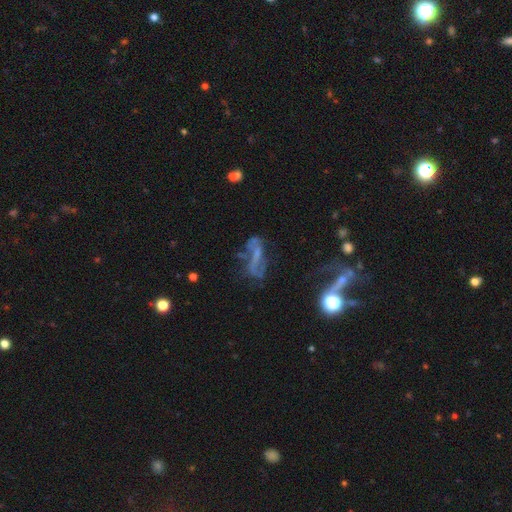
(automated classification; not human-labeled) Smooth or featured? Predicted: featured or disk (p=0.59). Edge-on disk? Predicted: no (p=0.87). Bar? Predicted: no (p=0.45). Spiral arms? Predicted: yes (p=0.57). Bulge size? Predicted: none (p=0.58). Merging? Predicted: none (p=0.36).